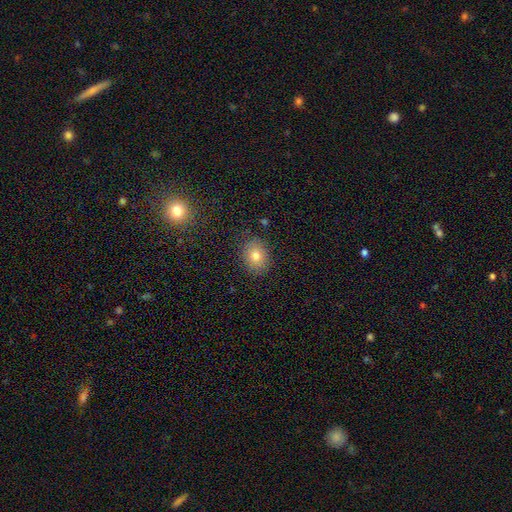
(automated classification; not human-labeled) Smooth or featured: smooth — 77% (star or artifact — 12%)
How rounded: in between — 51% (round — 48%)
Merging: none — 86% (minor disturbance — 10%)